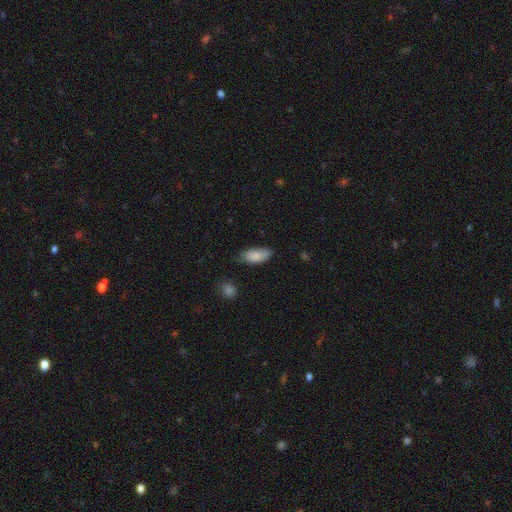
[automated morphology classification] The model was most divided on "merging": none: 65%, minor disturbance: 28%, major disturbance: 5%, merger: 2%. More confident: how rounded — in between (89%); smooth or featured — smooth (87%).